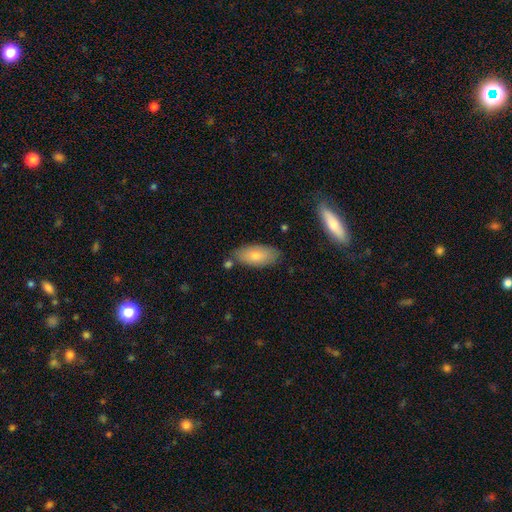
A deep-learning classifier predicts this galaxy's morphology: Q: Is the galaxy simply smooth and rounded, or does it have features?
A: smooth — 79%.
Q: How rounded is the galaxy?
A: in between — 91%.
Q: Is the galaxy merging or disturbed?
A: none — 77%.